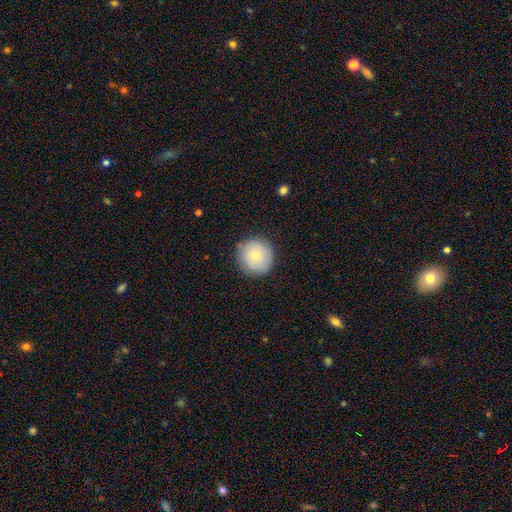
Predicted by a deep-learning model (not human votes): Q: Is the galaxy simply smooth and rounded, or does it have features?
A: smooth — 78%.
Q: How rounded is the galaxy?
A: round — 95%.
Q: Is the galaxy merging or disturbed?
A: none — 87%.